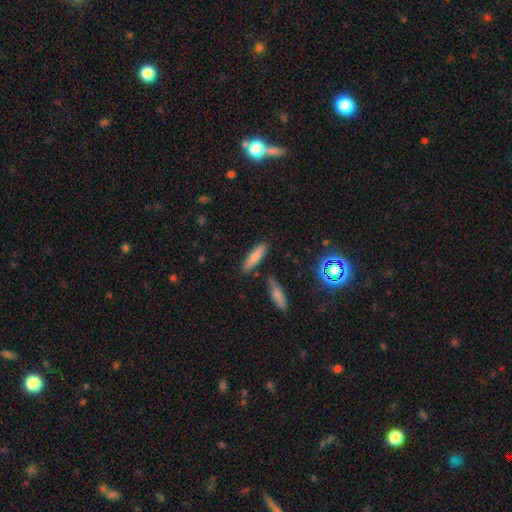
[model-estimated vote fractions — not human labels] A smooth galaxy with no disk features (78%) that is cigar-shaped (60%).

Vote fractions:
- Smooth or featured? smooth: 78% / featured or disk: 13% / star or artifact: 8%
- How rounded? cigar-shaped: 60% / in between: 38% / round: 2%
- Merging? none: 81% / minor disturbance: 11% / merger: 6% / major disturbance: 3%